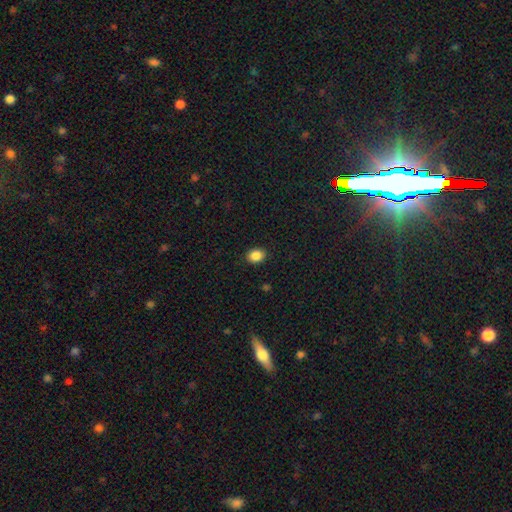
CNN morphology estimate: smooth-or-featured: smooth: 87% | star or artifact: 9% | featured or disk: 4%
  how-rounded: in between: 53% | round: 46% | cigar-shaped: 1%
  merging: none: 90% | minor disturbance: 7% | major disturbance: 2% | merger: 1%